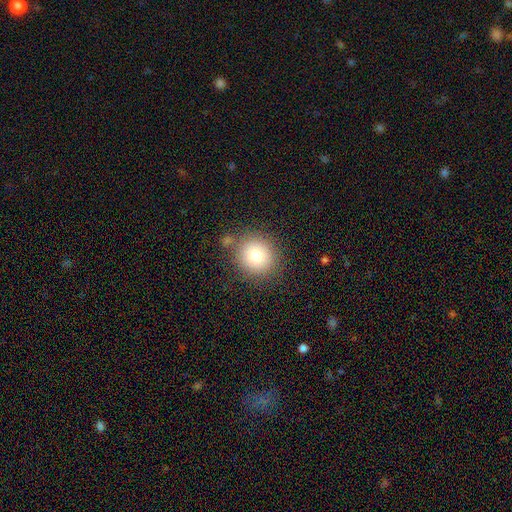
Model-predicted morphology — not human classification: Q: Smooth or featured?
A: smooth (78%); runner-up: star or artifact (11%)
Q: How rounded?
A: round (88%); runner-up: in between (11%)
Q: Merging?
A: none (80%); runner-up: minor disturbance (11%)